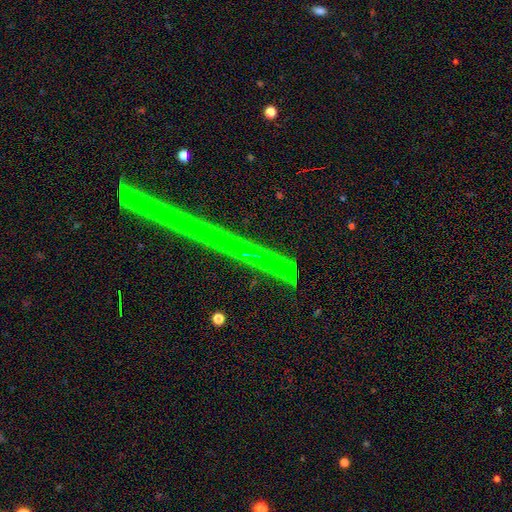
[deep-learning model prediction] This is marginally a featured or disk galaxy (43%). Merging: clearly none (90%).